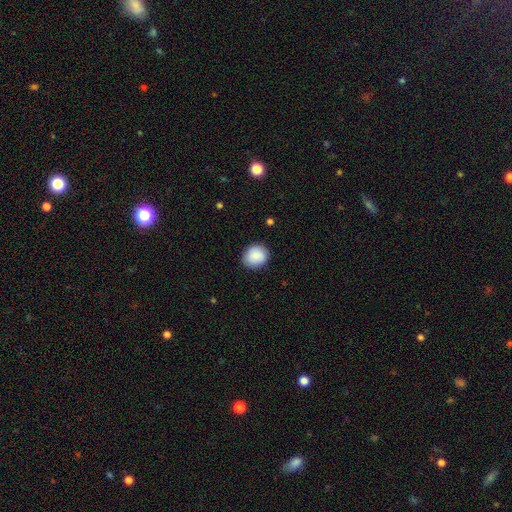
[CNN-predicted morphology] Smooth or featured?
  - smooth: 87% *
  - star or artifact: 7%
  - featured or disk: 6%
How rounded?
  - round: 74% *
  - in between: 25%
  - cigar-shaped: 1%
Merging?
  - none: 86% *
  - minor disturbance: 10%
  - major disturbance: 2%
  - merger: 1%